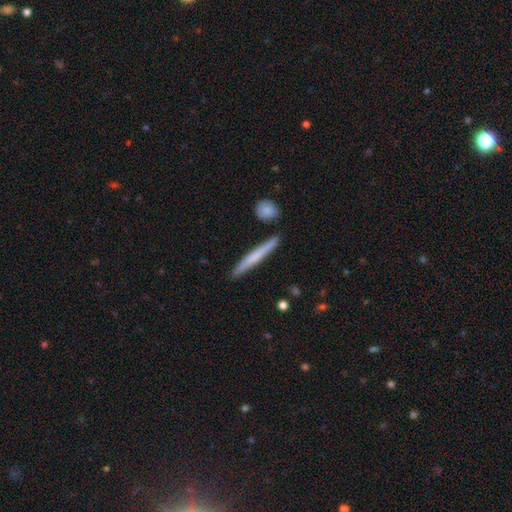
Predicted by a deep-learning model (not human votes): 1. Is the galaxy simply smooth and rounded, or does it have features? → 57% smooth, 37% featured or disk, 5% star or artifact.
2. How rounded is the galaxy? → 96% cigar-shaped, 3% in between, 1% round.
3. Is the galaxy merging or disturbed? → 87% none, 8% minor disturbance, 3% merger, 2% major disturbance.